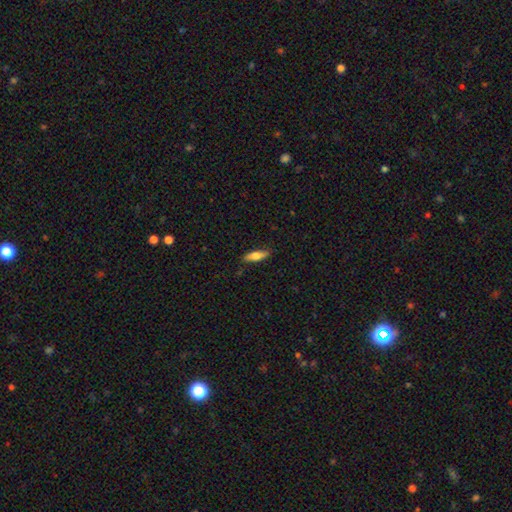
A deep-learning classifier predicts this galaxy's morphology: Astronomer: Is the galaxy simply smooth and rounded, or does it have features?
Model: smooth — 73%.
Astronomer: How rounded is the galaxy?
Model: cigar-shaped — 53% (runner-up: in between, 45%).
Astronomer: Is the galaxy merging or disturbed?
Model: none — 84%.